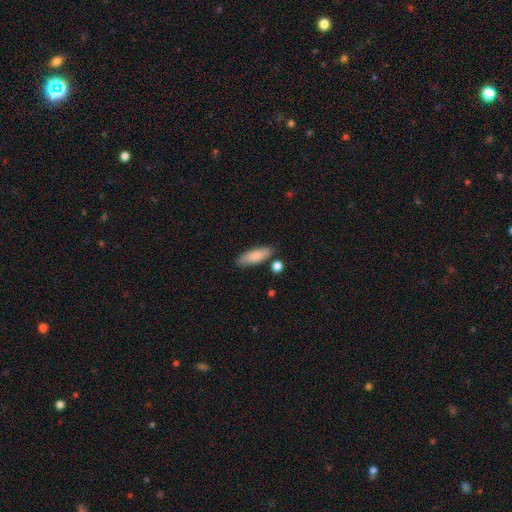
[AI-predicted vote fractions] Morphology: type=smooth (84%); roundness=in between (62%); merging=none (79%).